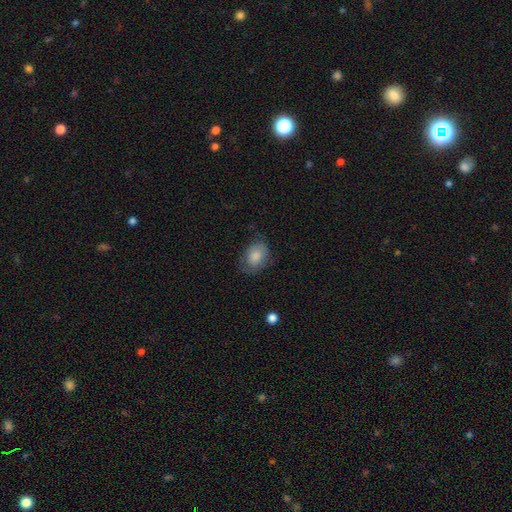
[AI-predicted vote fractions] Smooth or featured: smooth — 82% (featured or disk — 11%)
How rounded: in between — 75% (round — 24%)
Merging: none — 64% (minor disturbance — 26%)